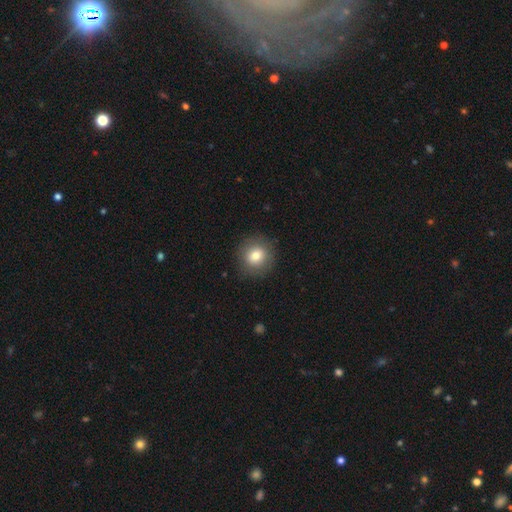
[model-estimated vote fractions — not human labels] Smooth or featured: smooth — 79% (featured or disk — 11%)
How rounded: round — 90% (in between — 9%)
Merging: none — 89% (minor disturbance — 8%)